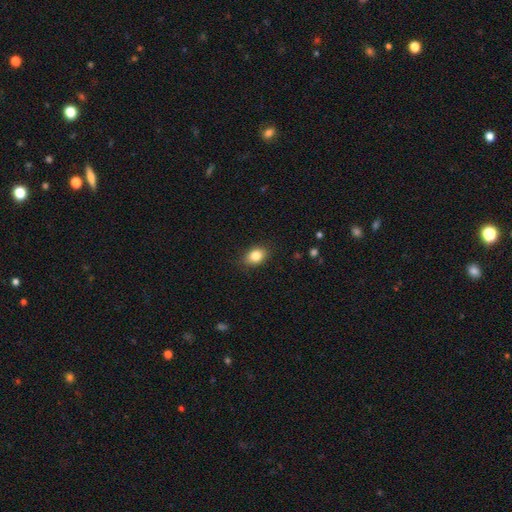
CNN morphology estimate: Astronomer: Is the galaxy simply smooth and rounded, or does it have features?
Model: smooth — 84%.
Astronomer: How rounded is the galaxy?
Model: in between — 76%.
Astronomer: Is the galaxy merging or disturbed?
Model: none — 85%.